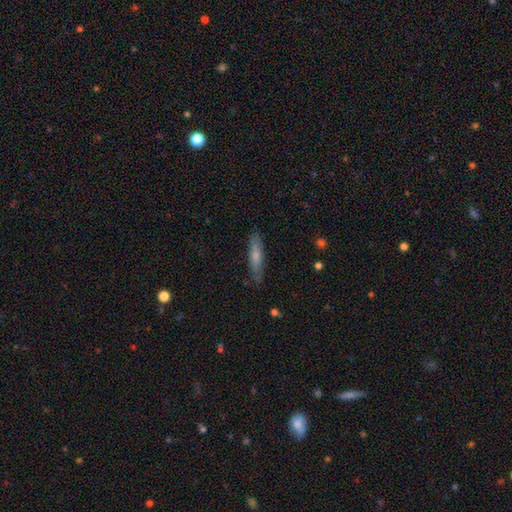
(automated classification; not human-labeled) The model was most divided on "smooth or featured": smooth: 67%, featured or disk: 27%, star or artifact: 6%. More confident: merging — none (83%); how rounded — cigar-shaped (81%).